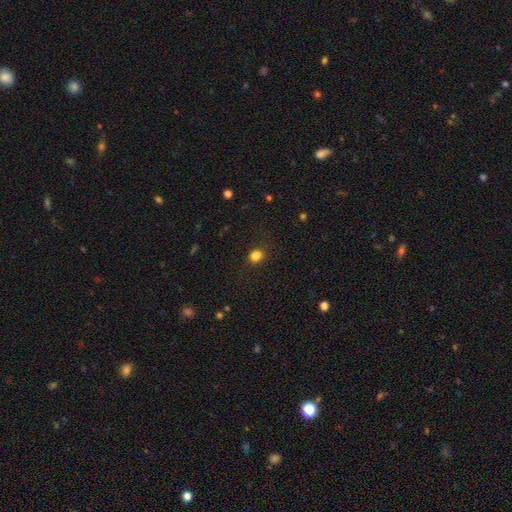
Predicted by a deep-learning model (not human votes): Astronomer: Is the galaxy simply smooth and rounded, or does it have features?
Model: smooth — 82%.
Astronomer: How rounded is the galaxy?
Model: round — 74%.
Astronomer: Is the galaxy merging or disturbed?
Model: none — 86%.